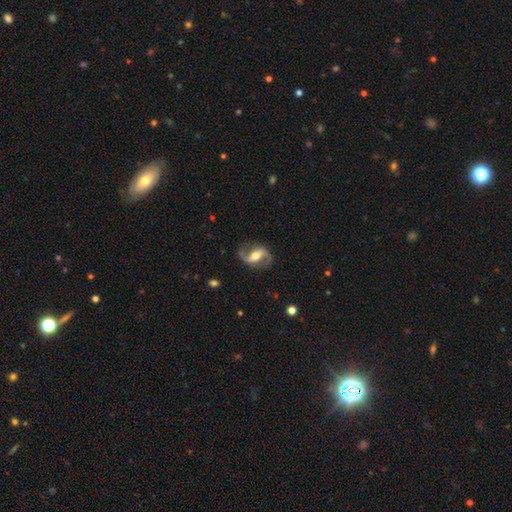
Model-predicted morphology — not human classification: A featured or disk galaxy (86%) with a strong bar (41%), 2 (92%) loose (52%) spiral arms (94%) and a moderate central bulge (67%). Merging: none (80%).